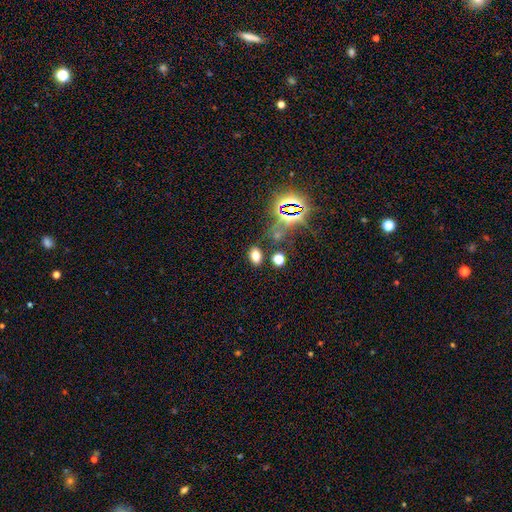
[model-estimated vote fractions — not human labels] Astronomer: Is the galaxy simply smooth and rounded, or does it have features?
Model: smooth — 69%.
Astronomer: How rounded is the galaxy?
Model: in between — 84%.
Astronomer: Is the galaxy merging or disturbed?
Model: none — 81%.